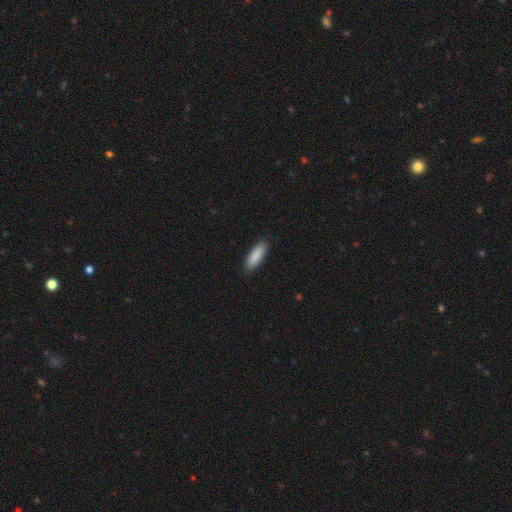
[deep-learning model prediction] smooth-or-featured: smooth: 89% | featured or disk: 6% | star or artifact: 5%
  how-rounded: in between: 54% | cigar-shaped: 44% | round: 1%
  merging: none: 90% | minor disturbance: 8% | major disturbance: 2% | merger: 1%